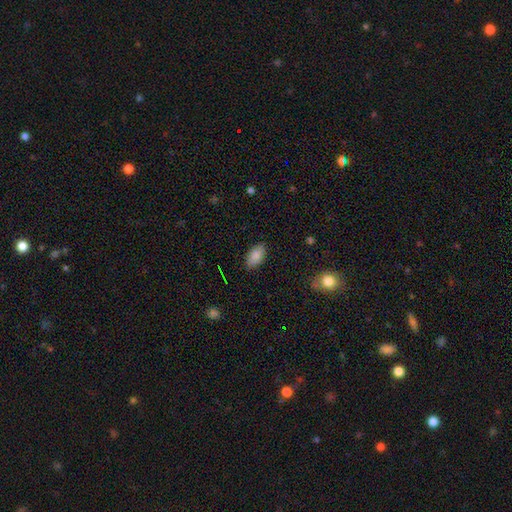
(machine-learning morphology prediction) Q: Smooth or featured?
A: smooth (86%); runner-up: star or artifact (8%)
Q: How rounded?
A: in between (93%); runner-up: cigar-shaped (4%)
Q: Merging?
A: none (86%); runner-up: minor disturbance (10%)